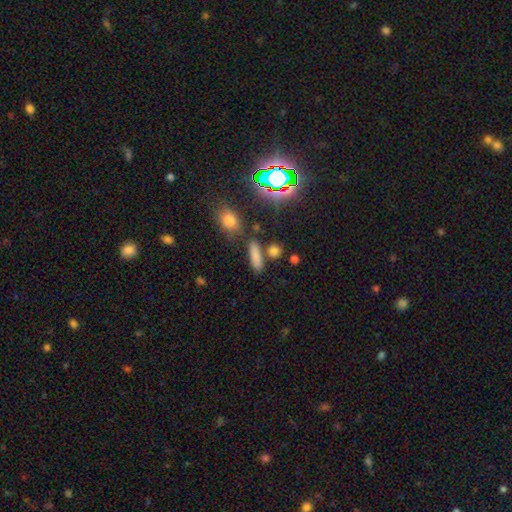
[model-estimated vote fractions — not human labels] Smooth or featured? smooth (76%)
How rounded? cigar-shaped (61%)
Merging? none (75%)